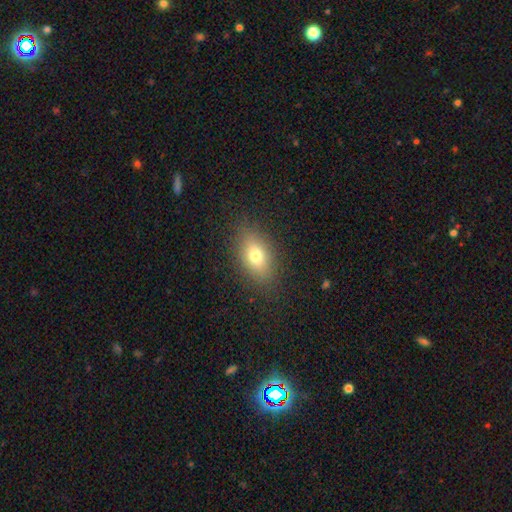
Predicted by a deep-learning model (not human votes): A smooth galaxy with no disk features (73%) that is in between round and cigar-shaped (83%). Merging: none (85%).